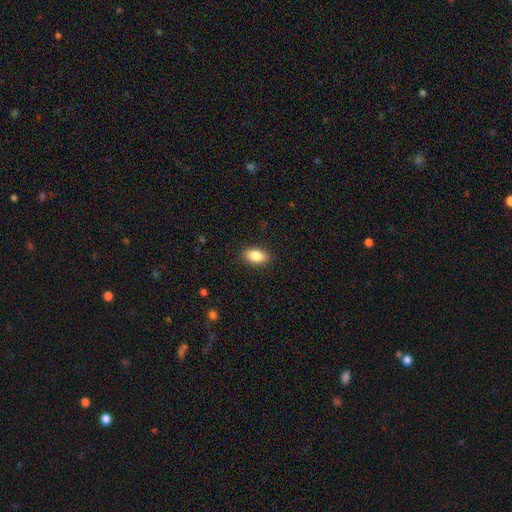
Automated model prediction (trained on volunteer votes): smooth_or_featured: smooth (p=0.85) [alt: star or artifact p=0.08]
how_rounded: in between (p=0.90) [alt: round p=0.07]
merging: none (p=0.89) [alt: minor disturbance p=0.08]